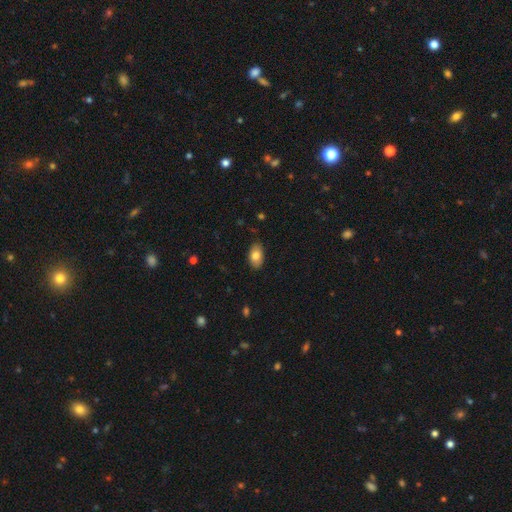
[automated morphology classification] A smooth galaxy with no disk features (81%) that is in between round and cigar-shaped (92%). Merging: none (85%).